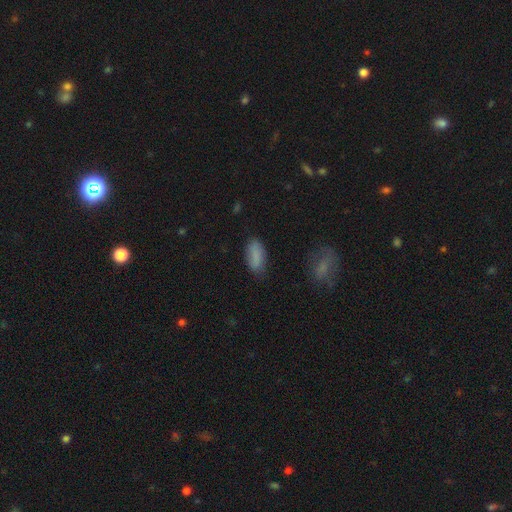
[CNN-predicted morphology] type=smooth (86%); roundness=in between (86%); merging=none (76%).